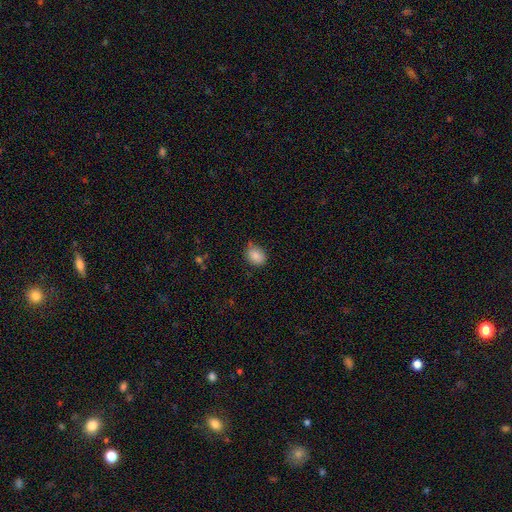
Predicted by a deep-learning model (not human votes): smooth 85%, star or artifact 9%, featured or disk 6%. Down the decision tree: how rounded — round (51%); merging — none (67%).